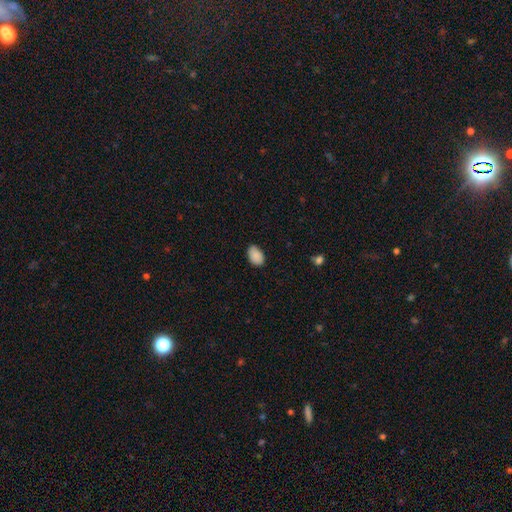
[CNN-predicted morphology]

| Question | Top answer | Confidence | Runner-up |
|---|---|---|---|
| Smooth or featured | smooth | 89% | star or artifact (7%) |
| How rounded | in between | 88% | round (11%) |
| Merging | none | 79% | minor disturbance (17%) |